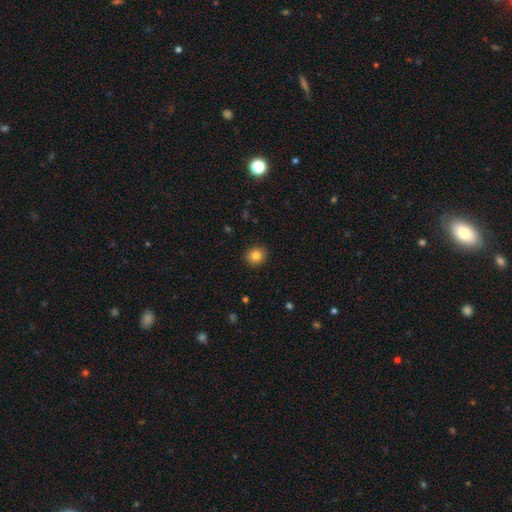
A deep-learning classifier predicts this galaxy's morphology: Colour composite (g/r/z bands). It shows a smooth galaxy with no disk features (83%) that is round (84%). Merging: none (91%).